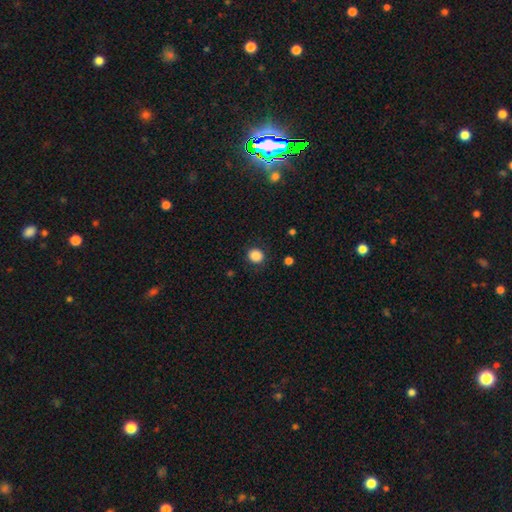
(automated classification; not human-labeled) Smooth or featured: smooth — 87% (star or artifact — 10%)
How rounded: round — 82% (in between — 17%)
Merging: none — 89% (minor disturbance — 7%)